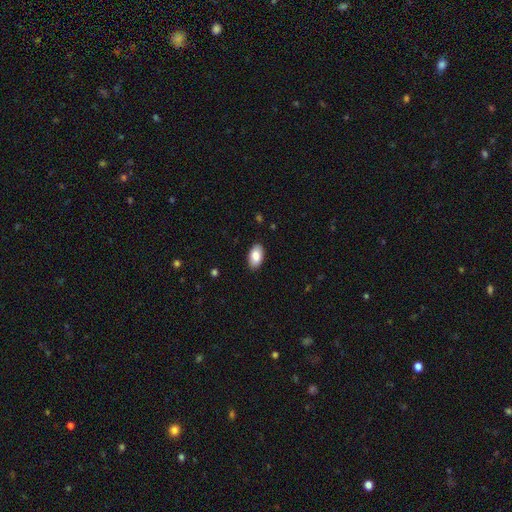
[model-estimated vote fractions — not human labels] This is clearly a smooth galaxy (86%). How rounded: clearly in between (95%). Merging: clearly none (88%).